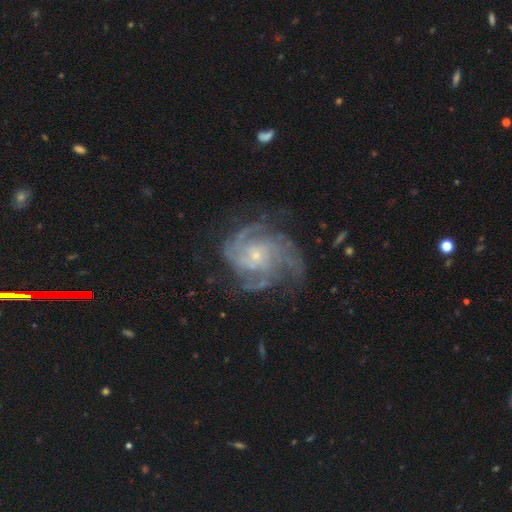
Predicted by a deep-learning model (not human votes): This appears to be a featured or disk galaxy (87%) with no bar (73%), 3 (26%) tight (53%) spiral arms (96%) and a small central bulge (77%). Merging: none (63%).